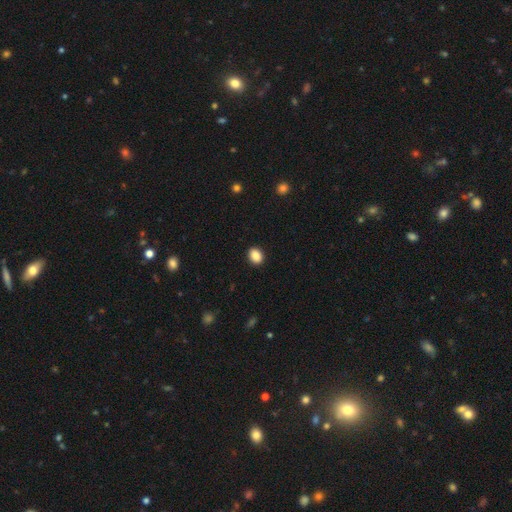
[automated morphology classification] Smooth or featured? smooth (88%)
How rounded? in between (60%)
Merging? none (91%)